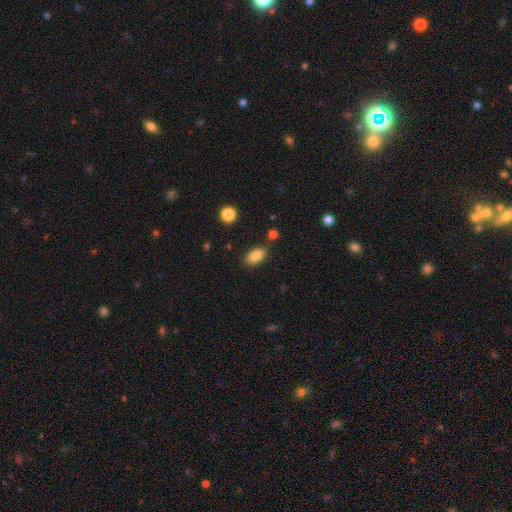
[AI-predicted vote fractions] Q: Smooth or featured?
A: smooth (87%); runner-up: star or artifact (8%)
Q: How rounded?
A: in between (91%); runner-up: round (4%)
Q: Merging?
A: none (80%); runner-up: minor disturbance (13%)